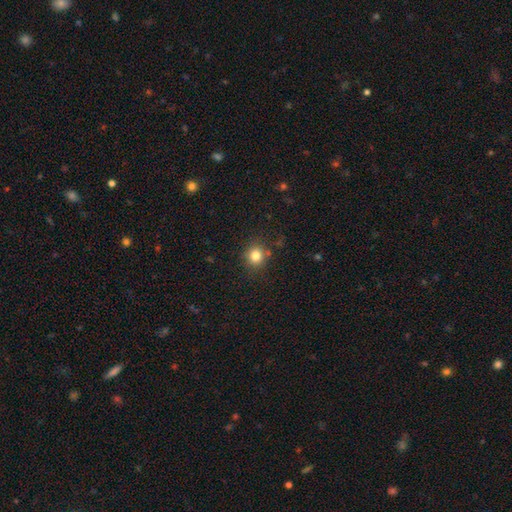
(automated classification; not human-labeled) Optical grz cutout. It shows a smooth galaxy with no disk features (82%) that is round (87%). Merging: none (84%).